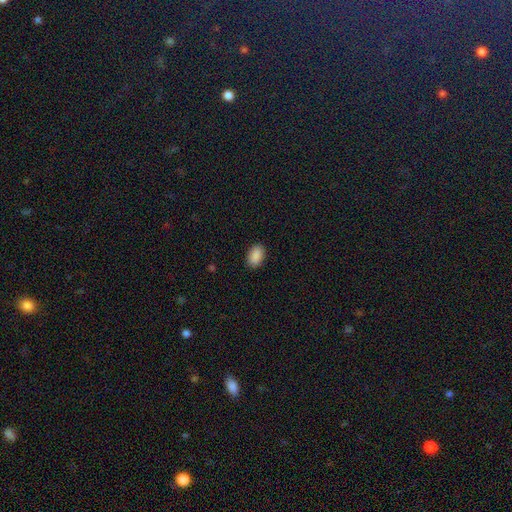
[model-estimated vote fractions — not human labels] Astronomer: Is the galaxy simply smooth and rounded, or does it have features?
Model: smooth — 90%.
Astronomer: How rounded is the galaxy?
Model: in between — 91%.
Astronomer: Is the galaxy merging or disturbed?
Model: none — 89%.